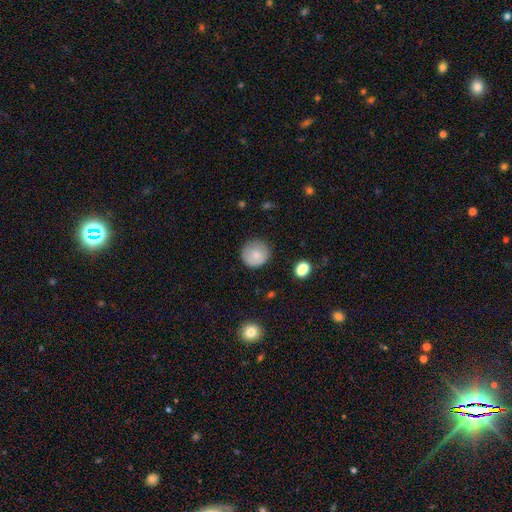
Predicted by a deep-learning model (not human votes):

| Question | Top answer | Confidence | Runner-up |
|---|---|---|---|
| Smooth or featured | smooth | 80% | featured or disk (12%) |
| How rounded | round | 93% | in between (6%) |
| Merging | none | 83% | minor disturbance (13%) |